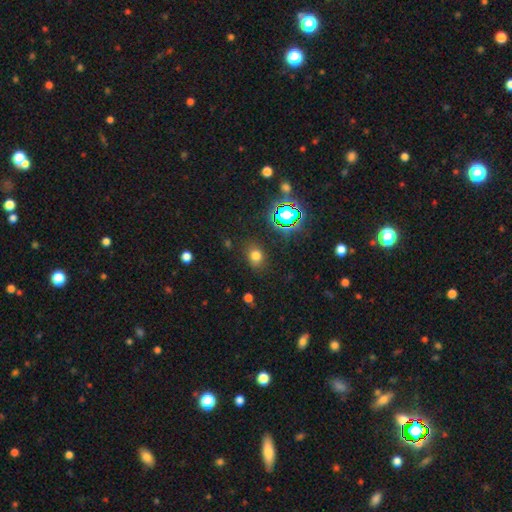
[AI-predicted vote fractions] A smooth galaxy with no disk features (71%) that is in between round and cigar-shaped (50%).

Vote fractions:
- Smooth or featured? smooth: 71% / star or artifact: 22% / featured or disk: 7%
- How rounded? in between: 50% / round: 49% / cigar-shaped: 1%
- Merging? none: 81% / minor disturbance: 13% / major disturbance: 4% / merger: 2%